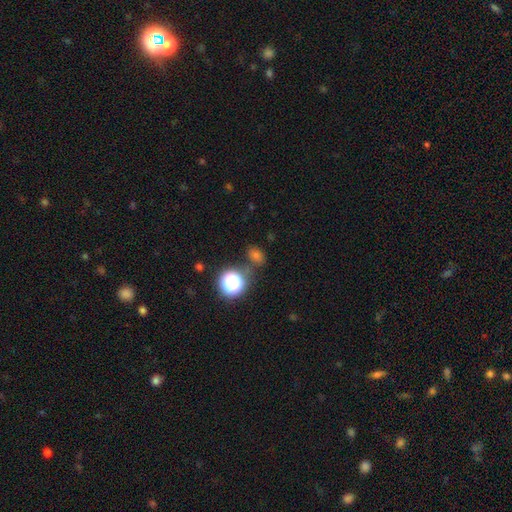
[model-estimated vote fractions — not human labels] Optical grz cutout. It shows a smooth galaxy with no disk features (59%) that is in between round and cigar-shaped (50%). Merging: none (73%).